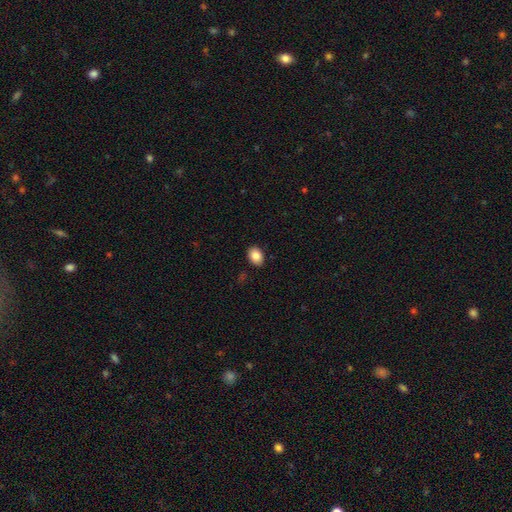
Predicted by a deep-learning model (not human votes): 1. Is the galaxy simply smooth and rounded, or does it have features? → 86% smooth, 8% star or artifact, 6% featured or disk.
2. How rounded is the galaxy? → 75% in between, 24% round, 1% cigar-shaped.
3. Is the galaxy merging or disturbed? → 90% none, 7% minor disturbance, 2% major disturbance, 1% merger.